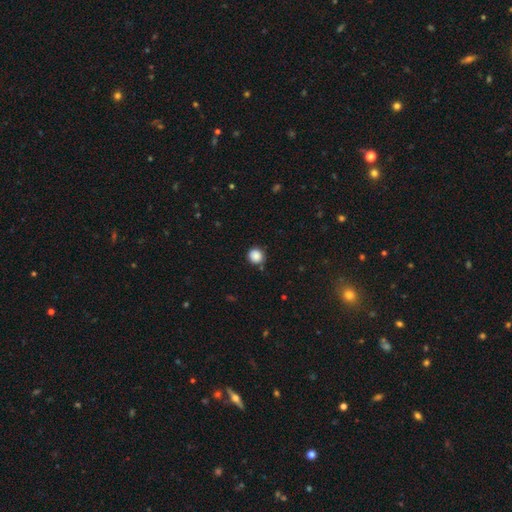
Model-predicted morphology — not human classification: This appears to be a smooth galaxy with no disk features (87%) that is round (91%). Merging: none (85%).